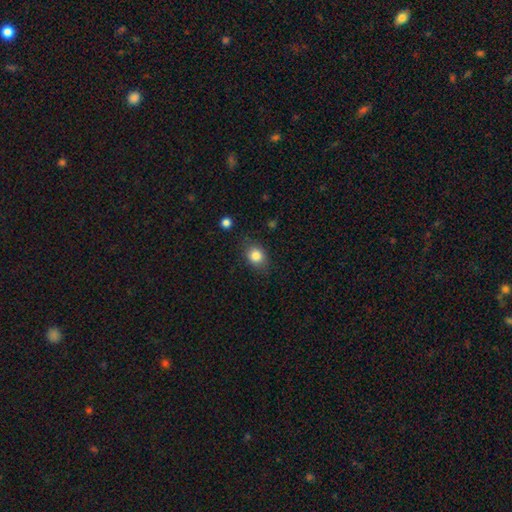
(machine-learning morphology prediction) Smooth or featured?
  - smooth: 83% *
  - star or artifact: 10%
  - featured or disk: 8%
How rounded?
  - in between: 52% *
  - round: 46%
  - cigar-shaped: 1%
Merging?
  - none: 80% *
  - minor disturbance: 14%
  - major disturbance: 4%
  - merger: 2%